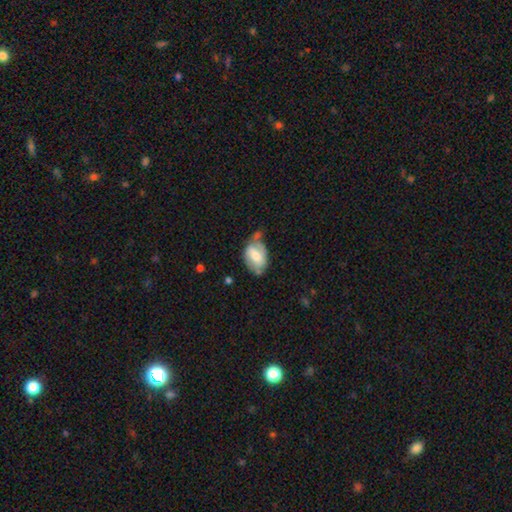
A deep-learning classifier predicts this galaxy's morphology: Q: Smooth or featured?
A: smooth (53%); runner-up: featured or disk (41%)
Q: How rounded?
A: in between (86%); runner-up: round (12%)
Q: Merging?
A: none (43%); runner-up: minor disturbance (33%)